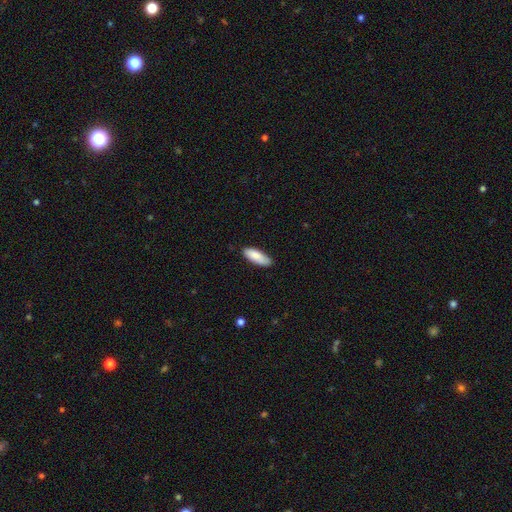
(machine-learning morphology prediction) Smooth or featured? Predicted: smooth (p=0.85). How rounded? Predicted: in between (p=0.68). Merging? Predicted: none (p=0.77).